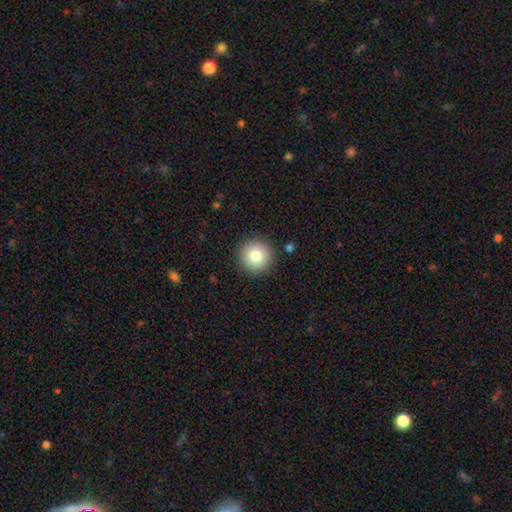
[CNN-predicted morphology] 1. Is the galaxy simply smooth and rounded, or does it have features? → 80% smooth, 10% star or artifact, 10% featured or disk.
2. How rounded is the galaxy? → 95% round, 4% in between, 1% cigar-shaped.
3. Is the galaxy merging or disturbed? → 90% none, 7% minor disturbance, 2% major disturbance, 2% merger.